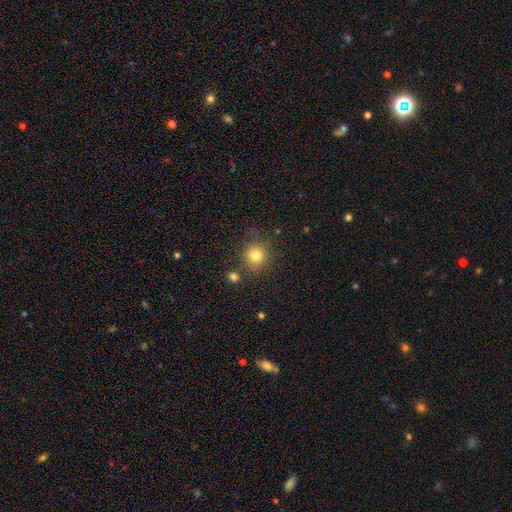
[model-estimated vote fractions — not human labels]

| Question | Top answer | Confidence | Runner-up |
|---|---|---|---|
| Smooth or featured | smooth | 80% | star or artifact (13%) |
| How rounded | round | 90% | in between (9%) |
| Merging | none | 80% | minor disturbance (11%) |